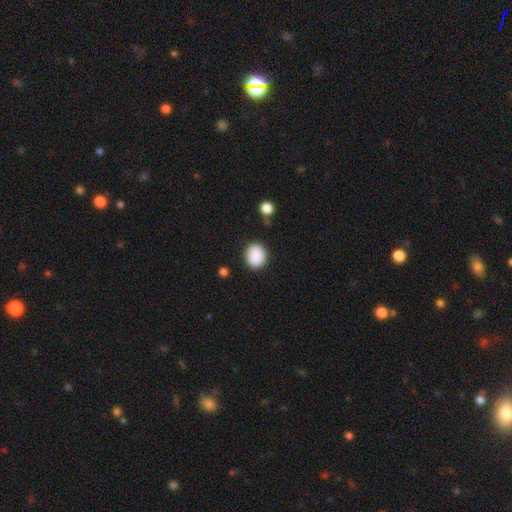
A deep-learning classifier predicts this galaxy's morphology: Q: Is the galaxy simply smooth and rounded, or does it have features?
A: smooth — 89%.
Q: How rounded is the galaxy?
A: round — 56%.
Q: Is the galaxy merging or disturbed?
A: none — 85%.